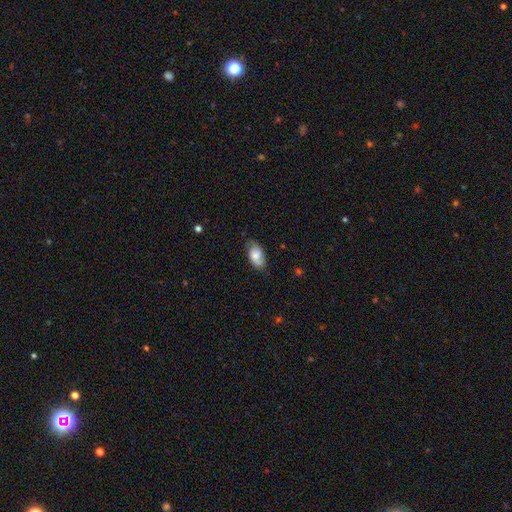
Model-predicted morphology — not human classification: The model was most divided on "smooth or featured": smooth: 58%, featured or disk: 34%, star or artifact: 8%. More confident: how rounded — in between (92%); merging — none (72%).